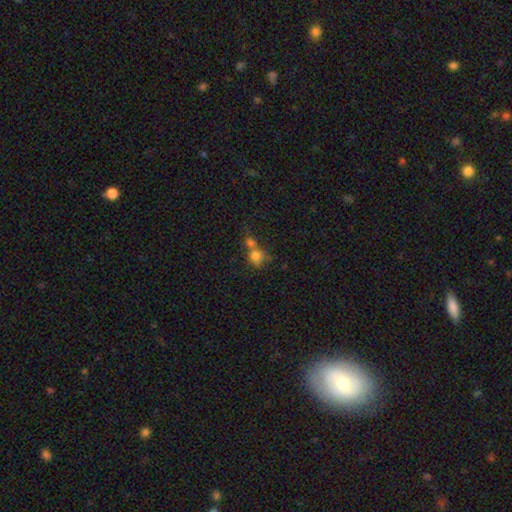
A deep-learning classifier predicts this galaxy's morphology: Smooth or featured? Predicted: smooth (p=0.74). How rounded? Predicted: round (p=0.75). Merging? Predicted: merger (p=0.59).